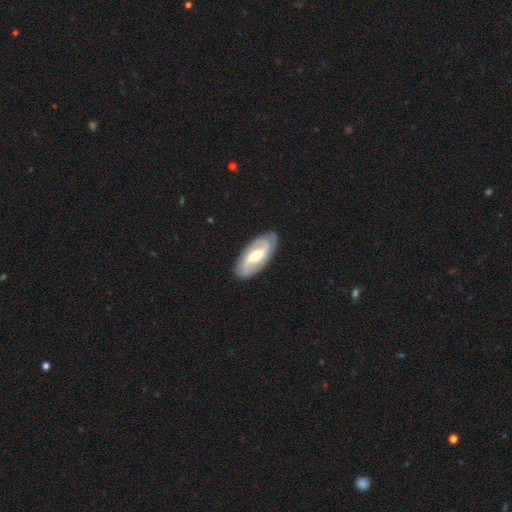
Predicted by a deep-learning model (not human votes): Smooth or featured: featured or disk — 78% (smooth — 17%)
Edge-on disk: no — 93% (yes — 7%)
Bar: weak — 44% (strong — 31%)
Spiral arms: yes — 89% (no — 11%)
Spiral winding: medium — 41% (tight — 30%)
Spiral arm count: 2 — 87% (can't tell — 7%)
Bulge size: moderate — 71% (small — 18%)
Merging: none — 84% (minor disturbance — 12%)